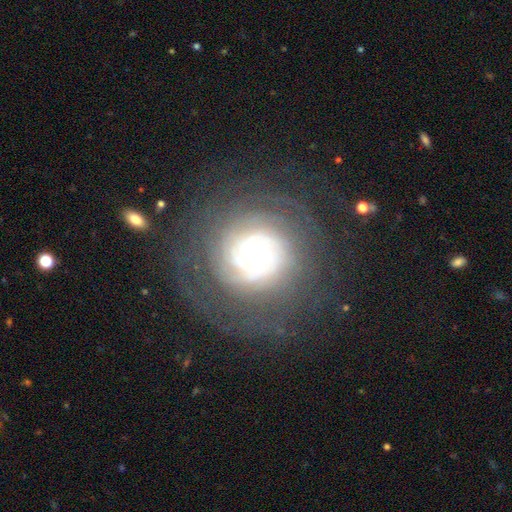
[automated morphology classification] The model was most divided on "spiral arm count": can't tell: 35%, 2: 18%, 3: 14%, more than 4: 13%, 4: 12%, 1: 8%. More confident: edge-on disk — no (97%); spiral arms — yes (95%); smooth or featured — featured or disk (82%); bar — no (76%); spiral winding — tight (76%); merging — none (75%); bulge size — moderate (56%).